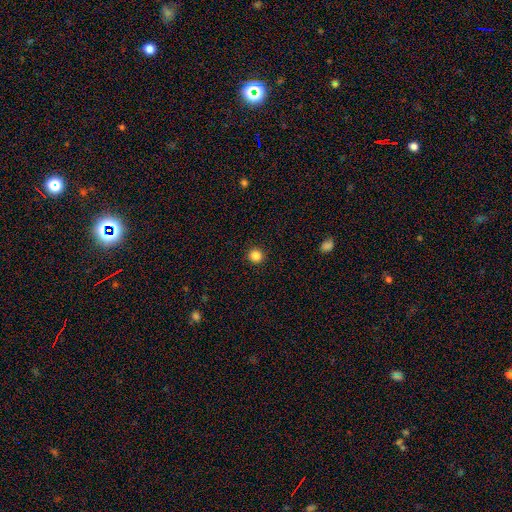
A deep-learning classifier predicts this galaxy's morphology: type=smooth (85%); roundness=round (94%); merging=none (93%).